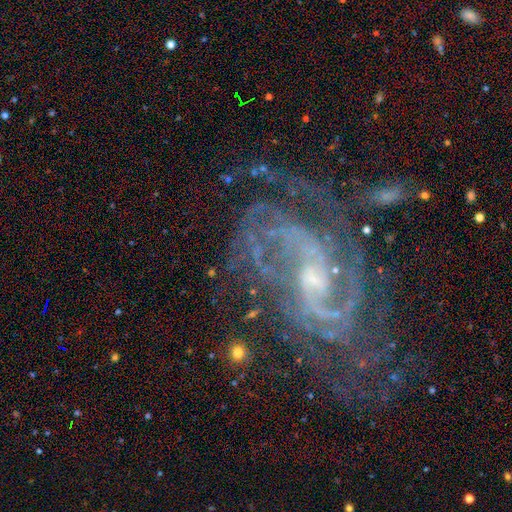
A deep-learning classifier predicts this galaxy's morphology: Smooth or featured: featured or disk — 89% (star or artifact — 7%)
Edge-on disk: no — 97% (yes — 3%)
Bar: weak — 47% (no — 37%)
Spiral arms: yes — 96% (no — 4%)
Spiral winding: medium — 47% (tight — 38%)
Spiral arm count: 2 — 46% (can't tell — 19%)
Bulge size: small — 57% (moderate — 31%)
Merging: none — 59% (minor disturbance — 19%)